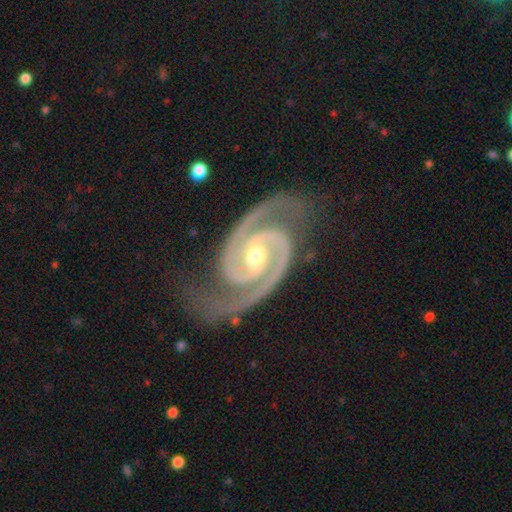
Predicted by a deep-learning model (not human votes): The model was most divided on "bar": weak: 37%, no: 36%, strong: 27%. Remaining: spiral arms — yes (99%); edge-on disk — no (98%); smooth or featured — featured or disk (95%); spiral arm count — 2 (94%); merging — none (79%); bulge size — moderate (60%); spiral winding — tight (49%).